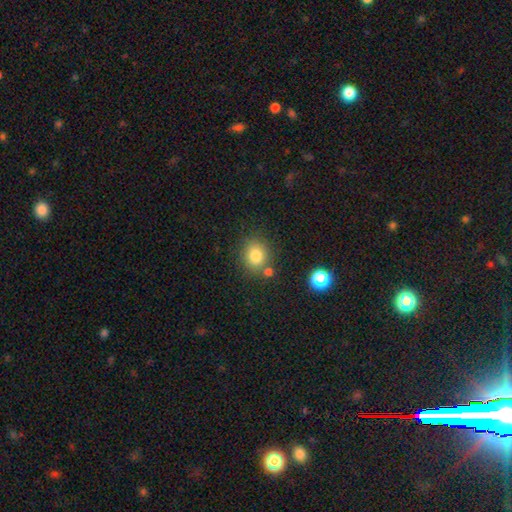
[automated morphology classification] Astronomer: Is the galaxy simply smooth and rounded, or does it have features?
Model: smooth — 82%.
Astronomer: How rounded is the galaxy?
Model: round — 74%.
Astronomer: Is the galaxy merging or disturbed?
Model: none — 73%.